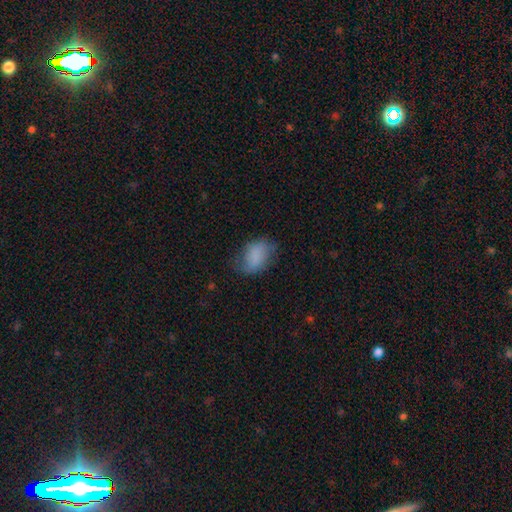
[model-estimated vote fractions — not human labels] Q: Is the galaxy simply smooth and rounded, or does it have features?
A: smooth — 77%.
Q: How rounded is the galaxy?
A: in between — 85%.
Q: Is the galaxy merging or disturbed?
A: none — 61%.